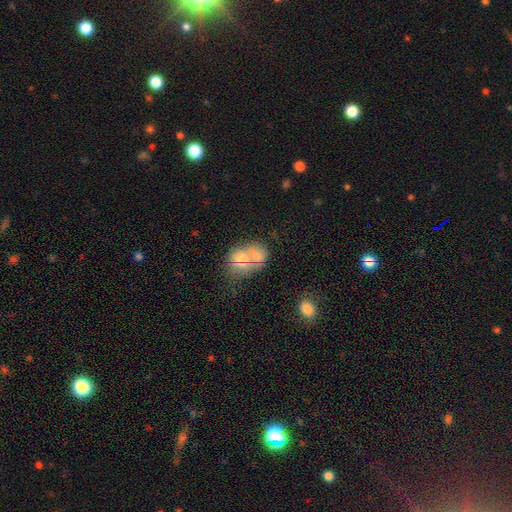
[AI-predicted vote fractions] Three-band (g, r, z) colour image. It shows a smooth galaxy with no disk features (65%) that is in between round and cigar-shaped (56%). Merging: merger (45%).